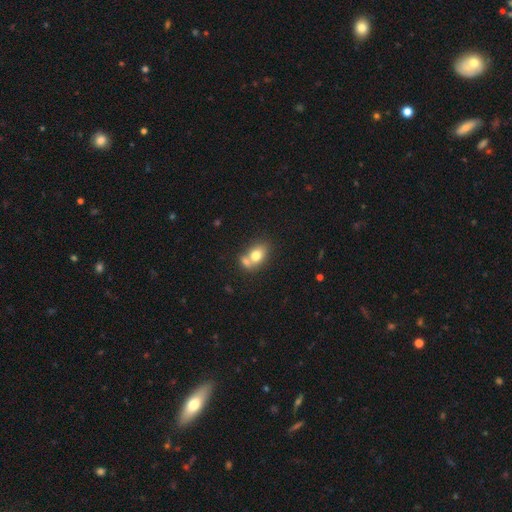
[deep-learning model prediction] Smooth or featured: smooth — 75% (featured or disk — 17%)
How rounded: in between — 72% (round — 27%)
Merging: merger — 46% (none — 37%)